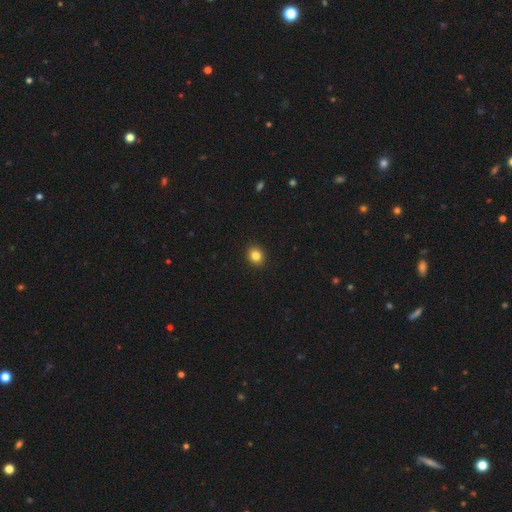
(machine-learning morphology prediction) Overall: smooth (84%). How rounded: round (75%). Merging: none (93%).